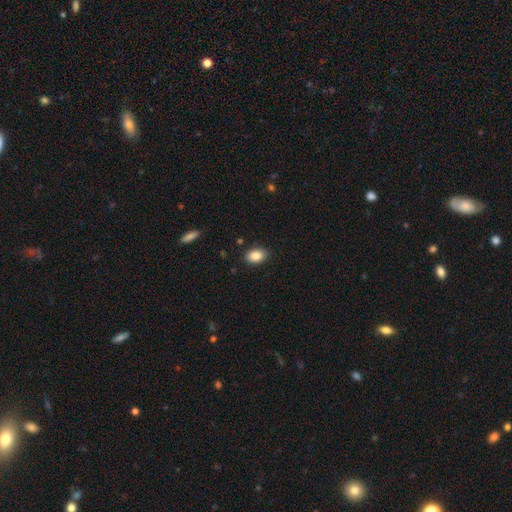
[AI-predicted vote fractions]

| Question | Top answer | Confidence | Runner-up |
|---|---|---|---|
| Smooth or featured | smooth | 86% | star or artifact (8%) |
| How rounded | in between | 85% | round (14%) |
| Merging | none | 87% | minor disturbance (10%) |